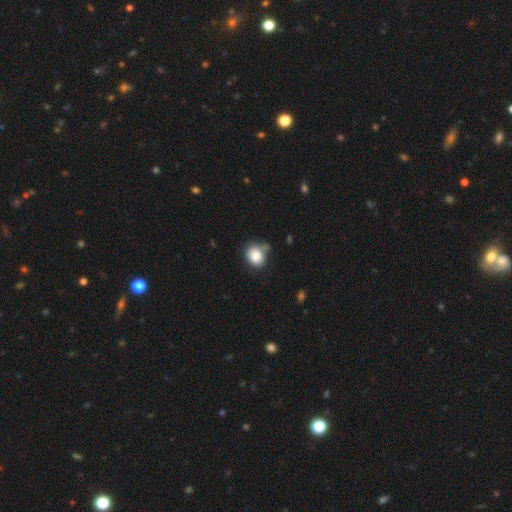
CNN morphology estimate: smooth_or_featured: smooth (p=0.84) [alt: star or artifact p=0.09]
how_rounded: round (p=0.60) [alt: in between p=0.39]
merging: none (p=0.61) [alt: minor disturbance p=0.24]